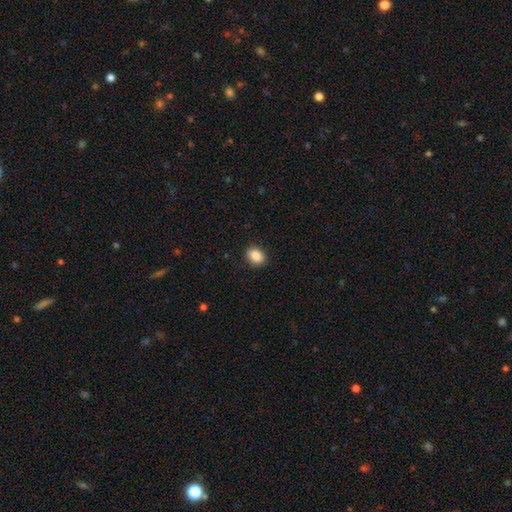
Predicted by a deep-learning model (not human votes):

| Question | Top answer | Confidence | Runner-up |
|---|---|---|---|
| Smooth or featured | smooth | 88% | star or artifact (8%) |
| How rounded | in between | 71% | round (27%) |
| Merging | none | 86% | minor disturbance (10%) |